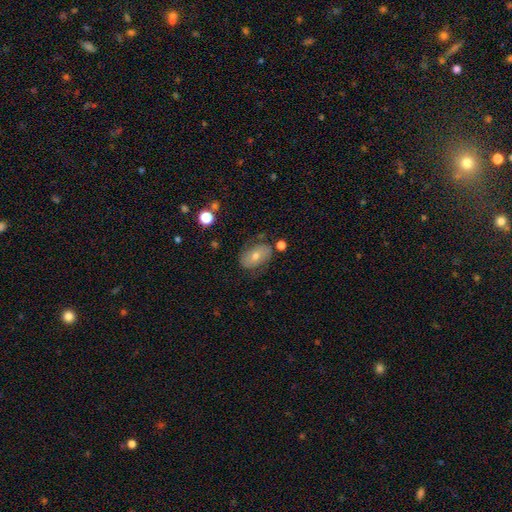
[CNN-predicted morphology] Smooth or featured?
  - featured or disk: 44% * (tied)
  - smooth: 44% * (tied)
  - star or artifact: 12%
Merging?
  - none: 67% *
  - minor disturbance: 20%
  - major disturbance: 9%
  - merger: 4%